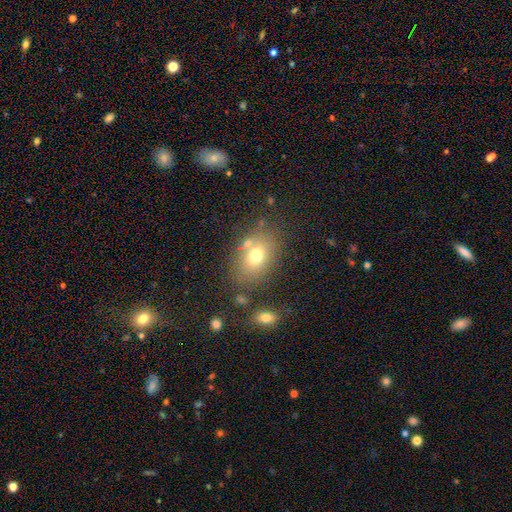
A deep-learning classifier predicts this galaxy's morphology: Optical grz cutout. It shows a smooth galaxy with no disk features (71%) that is in between round and cigar-shaped (71%). Merging: none (69%).